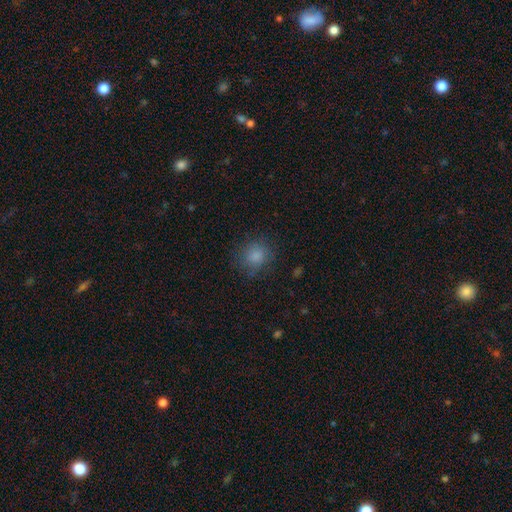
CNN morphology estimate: Q: Smooth or featured?
A: smooth (84%); runner-up: star or artifact (10%)
Q: How rounded?
A: round (83%); runner-up: in between (16%)
Q: Merging?
A: none (78%); runner-up: minor disturbance (15%)